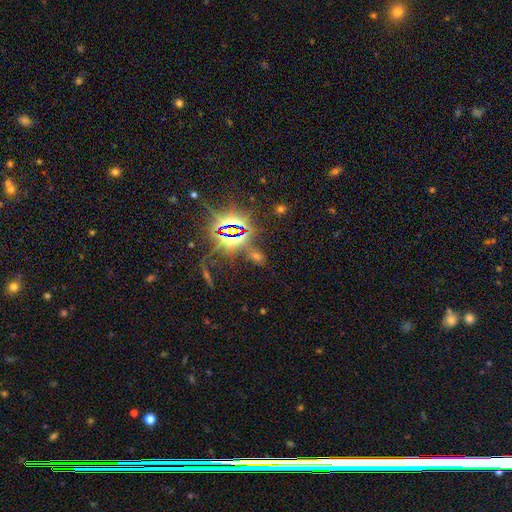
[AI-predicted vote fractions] Smooth or featured? star or artifact (67%)